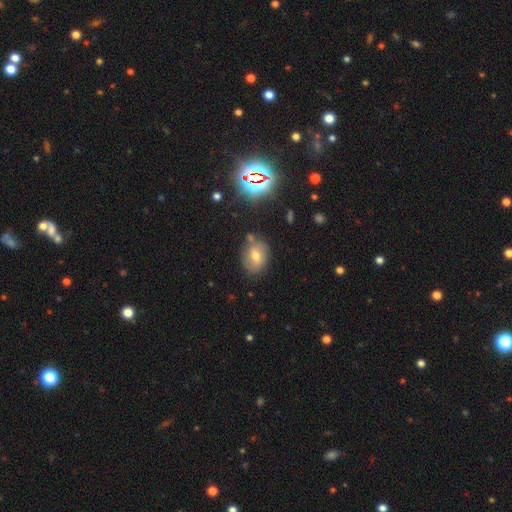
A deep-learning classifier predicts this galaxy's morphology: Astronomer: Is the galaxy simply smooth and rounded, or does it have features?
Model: smooth — 63%.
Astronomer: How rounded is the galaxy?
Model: in between — 57% (runner-up: round, 42%).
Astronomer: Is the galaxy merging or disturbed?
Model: none — 72%.